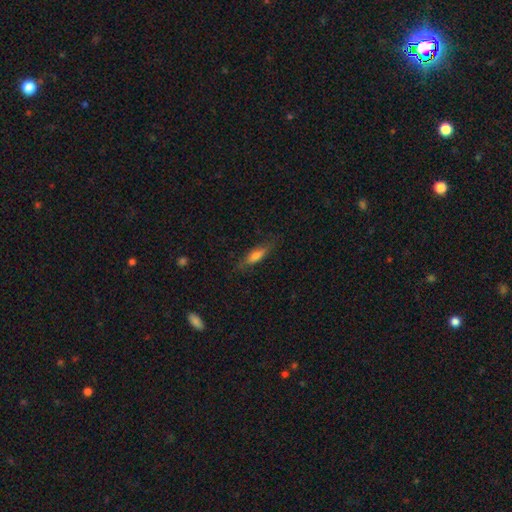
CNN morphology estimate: Smooth or featured?
  - smooth: 65% *
  - featured or disk: 27%
  - star or artifact: 7%
How rounded?
  - cigar-shaped: 53% *
  - in between: 45%
  - round: 2%
Merging?
  - none: 75% *
  - minor disturbance: 18%
  - major disturbance: 5%
  - merger: 1%